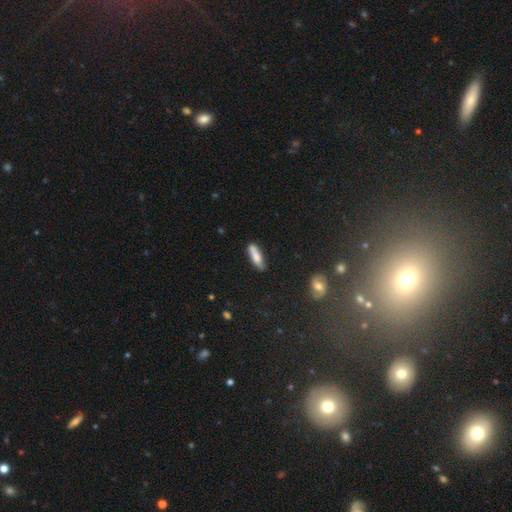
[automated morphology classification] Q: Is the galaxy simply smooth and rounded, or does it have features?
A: smooth — 76%.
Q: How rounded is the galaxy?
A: cigar-shaped — 68%.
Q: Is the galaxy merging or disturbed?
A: none — 74%.